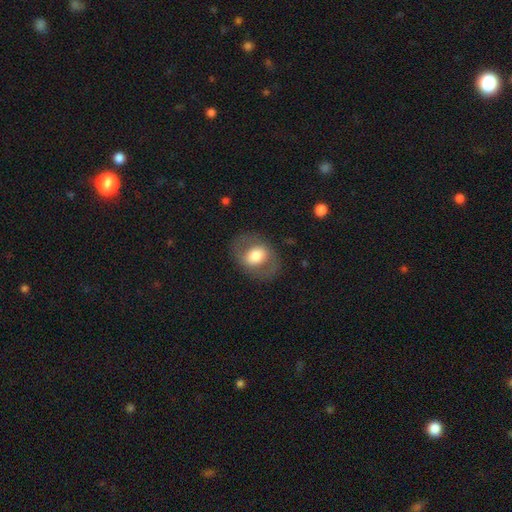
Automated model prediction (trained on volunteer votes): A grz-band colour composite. It shows a smooth galaxy with no disk features (53%) that is in between round and cigar-shaped (62%). Merging: none (78%).